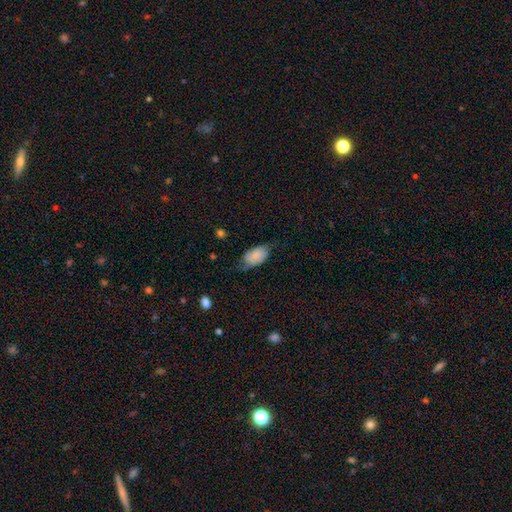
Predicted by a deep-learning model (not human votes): This is likely a smooth galaxy (74%). How rounded: clearly in between (93%). Merging: possibly none (50%).